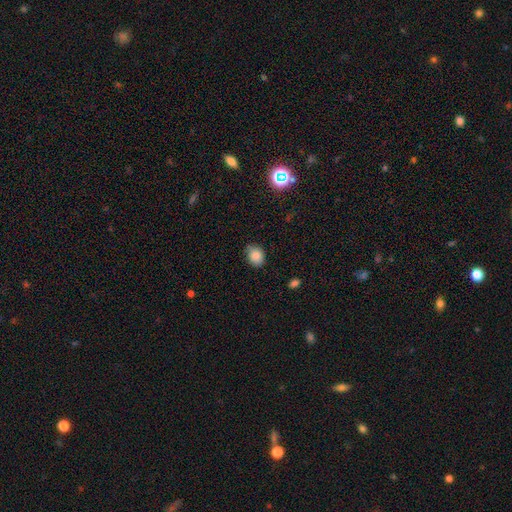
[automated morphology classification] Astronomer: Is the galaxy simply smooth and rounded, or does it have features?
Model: smooth — 85%.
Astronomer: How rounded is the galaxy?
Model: in between — 59% (runner-up: round, 40%).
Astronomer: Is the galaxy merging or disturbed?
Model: none — 77%.